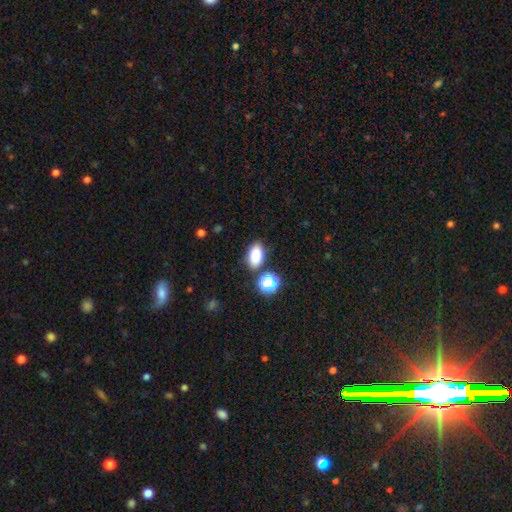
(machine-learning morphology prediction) A smooth galaxy with no disk features (83%) that is in between round and cigar-shaped (88%).

Vote fractions:
- Smooth or featured? smooth: 83% / star or artifact: 11% / featured or disk: 7%
- How rounded? in between: 88% / round: 10% / cigar-shaped: 3%
- Merging? none: 78% / minor disturbance: 11% / merger: 7% / major disturbance: 3%